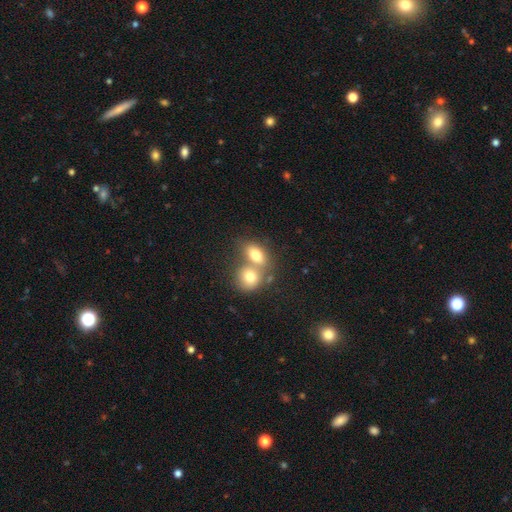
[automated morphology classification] A smooth galaxy with no disk features (75%) that is in between round and cigar-shaped (70%).

Vote fractions:
- Smooth or featured? smooth: 75% / featured or disk: 16% / star or artifact: 9%
- How rounded? in between: 70% / round: 28% / cigar-shaped: 2%
- Merging? merger: 57% / none: 31% / minor disturbance: 8% / major disturbance: 4%